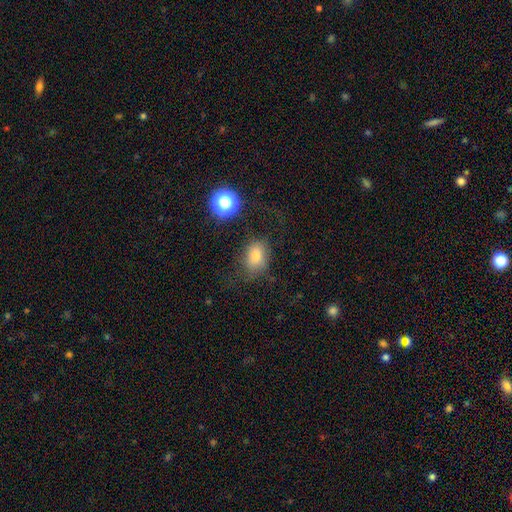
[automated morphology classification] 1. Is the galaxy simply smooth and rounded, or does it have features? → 75% smooth, 14% star or artifact, 11% featured or disk.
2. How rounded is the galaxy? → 69% in between, 30% round, 1% cigar-shaped.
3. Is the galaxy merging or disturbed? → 64% none, 22% minor disturbance, 12% major disturbance, 3% merger.